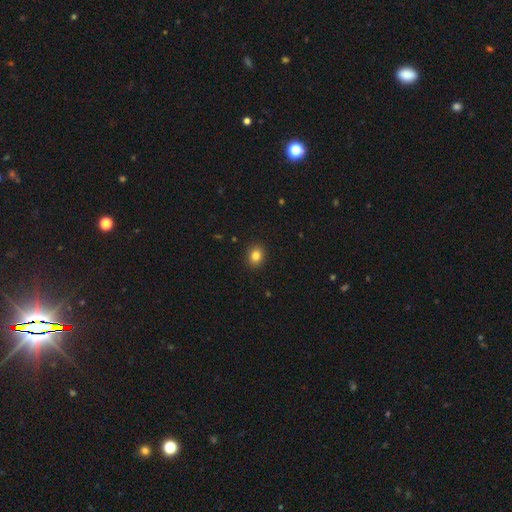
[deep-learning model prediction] Q: Smooth or featured?
A: smooth (84%); runner-up: star or artifact (10%)
Q: How rounded?
A: round (53%); runner-up: in between (46%)
Q: Merging?
A: none (91%); runner-up: minor disturbance (7%)